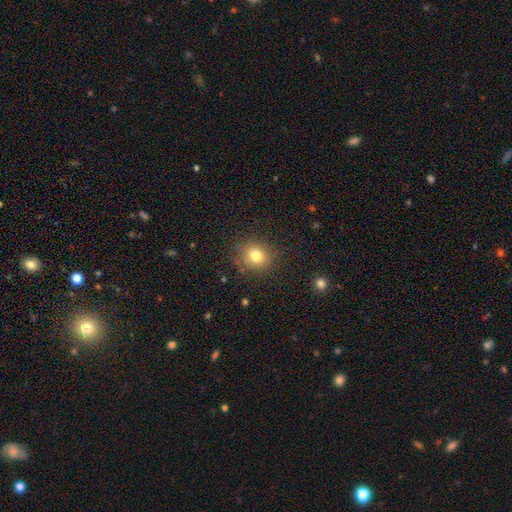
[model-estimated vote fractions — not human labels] A smooth galaxy with no disk features (77%) that is round (78%).

Vote fractions:
- Smooth or featured? smooth: 77% / star or artifact: 14% / featured or disk: 9%
- How rounded? round: 78% / in between: 21% / cigar-shaped: 1%
- Merging? none: 84% / minor disturbance: 10% / major disturbance: 4% / merger: 2%